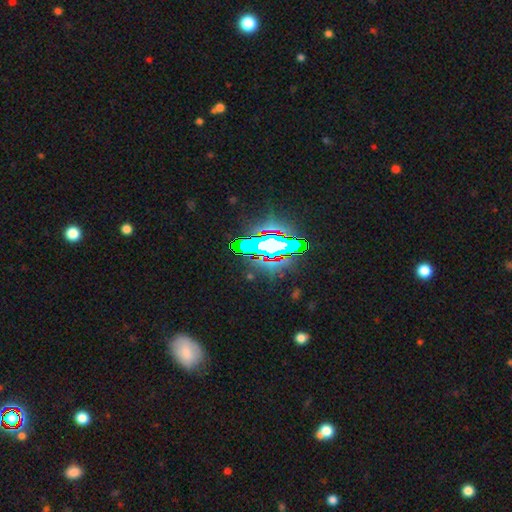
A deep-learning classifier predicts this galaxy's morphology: This appears to be a star or artifact, not a galaxy (76%).